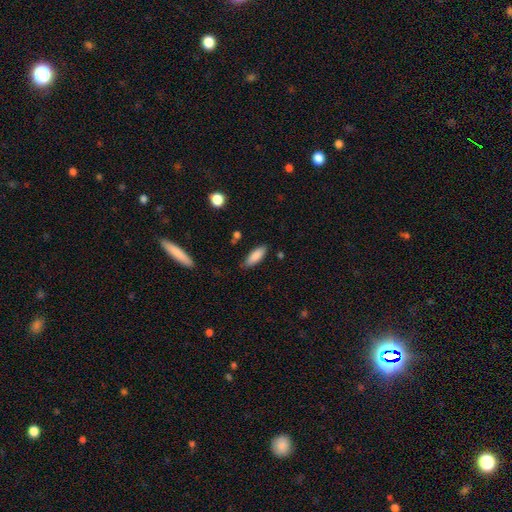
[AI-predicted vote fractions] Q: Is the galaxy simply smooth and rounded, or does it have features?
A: smooth — 86%.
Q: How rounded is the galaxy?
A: in between — 67%.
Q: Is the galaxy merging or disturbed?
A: none — 81%.